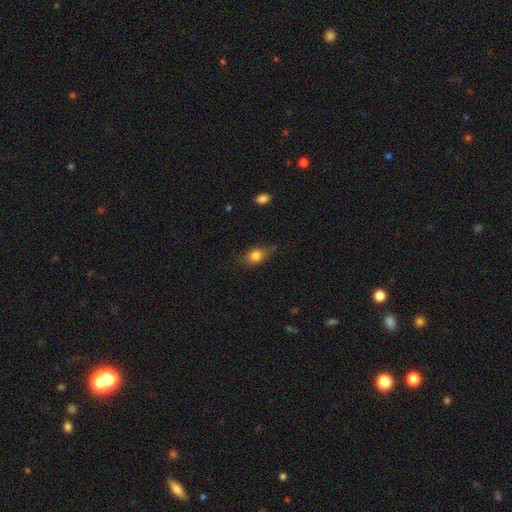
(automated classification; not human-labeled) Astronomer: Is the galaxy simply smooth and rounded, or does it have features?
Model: smooth — 80%.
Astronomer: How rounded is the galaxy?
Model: in between — 70%.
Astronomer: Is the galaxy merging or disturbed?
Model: none — 64%.